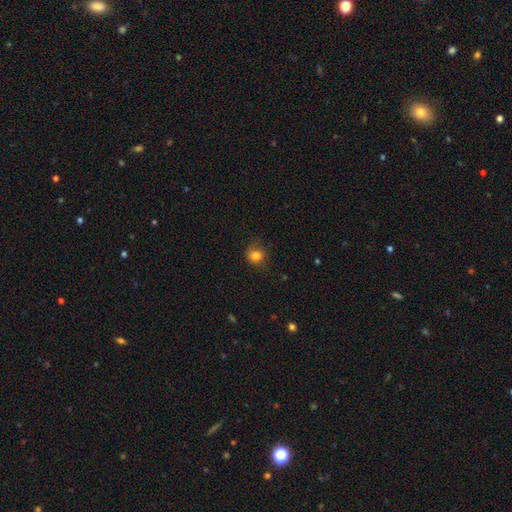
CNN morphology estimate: A smooth galaxy with no disk features (81%) that is round (80%).

Vote fractions:
- Smooth or featured? smooth: 81% / star or artifact: 12% / featured or disk: 7%
- How rounded? round: 80% / in between: 19% / cigar-shaped: 1%
- Merging? none: 71% / minor disturbance: 21% / major disturbance: 7% / merger: 1%